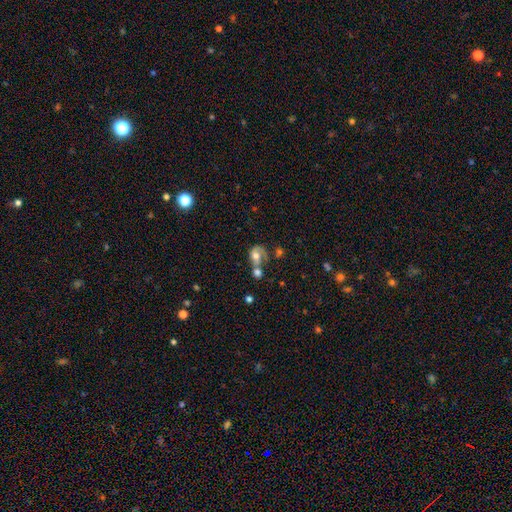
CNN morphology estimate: The model was most divided on "smooth or featured": featured or disk: 53%, smooth: 38%, star or artifact: 10%. More confident: edge-on disk — no (97%); bar — no (73%); spiral arms — yes (72%); bulge size — moderate (63%); merging — merger (51%).